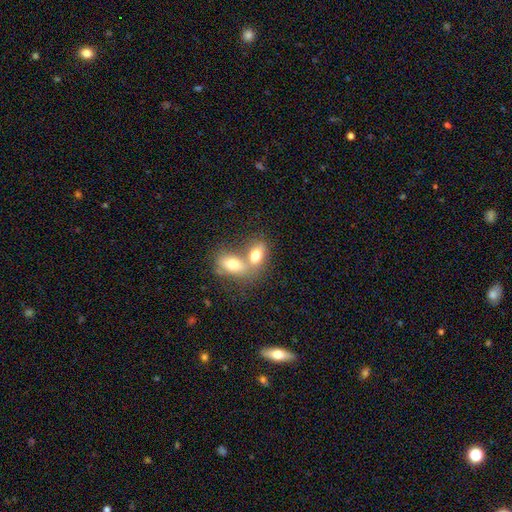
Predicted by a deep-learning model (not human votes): smooth 75%, featured or disk 18%, star or artifact 8%. Down the decision tree: how rounded — in between (84%); merging — merger (65%).